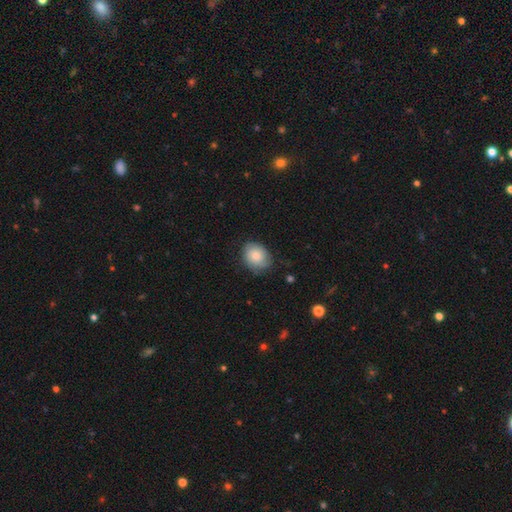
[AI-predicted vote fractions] Smooth or featured? Predicted: smooth (p=0.74). How rounded? Predicted: round (p=0.53). Merging? Predicted: none (p=0.69).